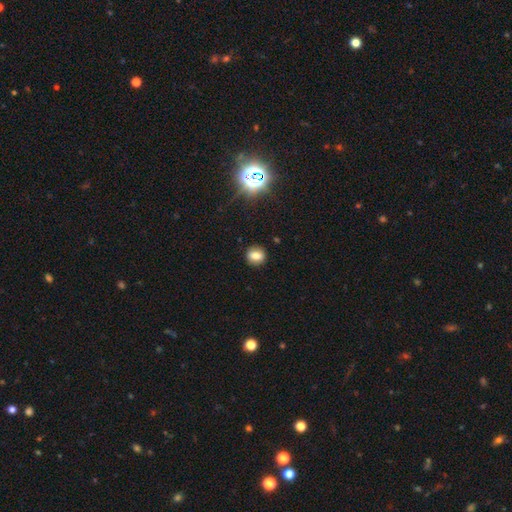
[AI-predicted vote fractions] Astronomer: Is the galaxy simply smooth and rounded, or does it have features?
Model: smooth — 75%.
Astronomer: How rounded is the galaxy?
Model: round — 65%.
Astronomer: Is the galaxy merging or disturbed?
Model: none — 88%.